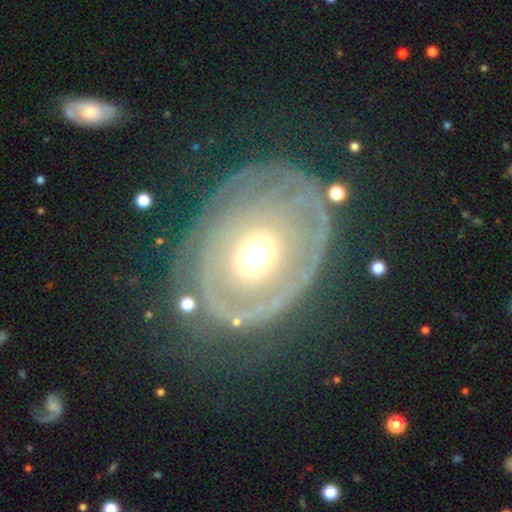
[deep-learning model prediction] Smooth or featured: featured or disk — 72% (smooth — 19%)
Edge-on disk: no — 93% (yes — 7%)
Bar: no — 84% (weak — 11%)
Spiral arms: yes — 54% (no — 46%)
Bulge size: moderate — 64% (large — 22%)
Merging: none — 66% (minor disturbance — 18%)